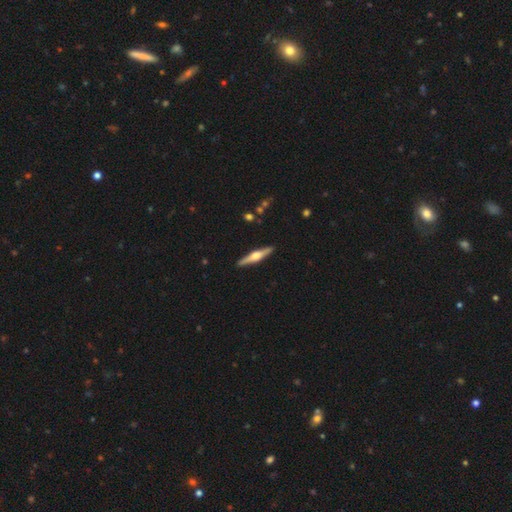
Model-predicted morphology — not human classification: featured or disk 71%, smooth 24%, star or artifact 5%. Down the decision tree: edge-on disk — yes (98%); edge-on bulge — rounded (91%); merging — none (91%).